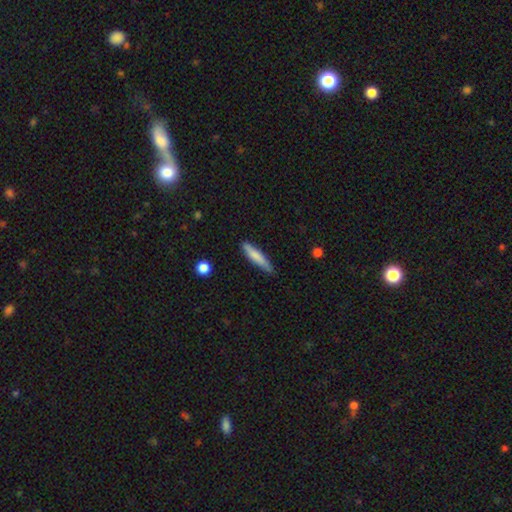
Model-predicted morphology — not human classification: The model was most divided on "smooth or featured": smooth: 75%, featured or disk: 19%, star or artifact: 6%. More confident: how rounded — cigar-shaped (88%); merging — none (82%).